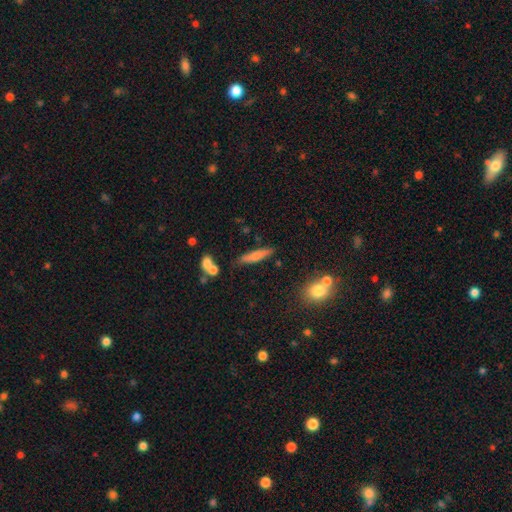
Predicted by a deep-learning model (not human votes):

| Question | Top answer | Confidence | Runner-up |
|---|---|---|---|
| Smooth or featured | smooth | 68% | featured or disk (25%) |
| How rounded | cigar-shaped | 86% | in between (12%) |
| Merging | none | 80% | minor disturbance (11%) |